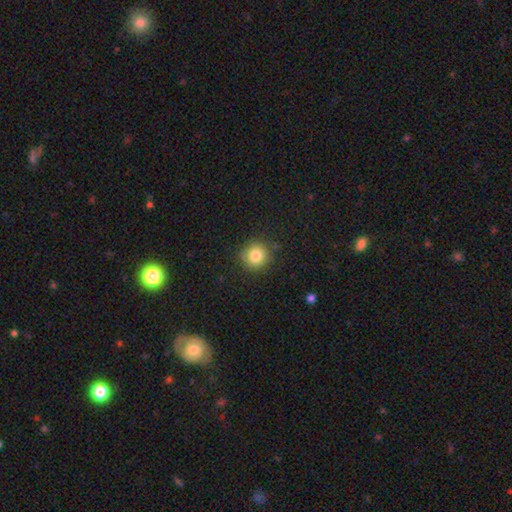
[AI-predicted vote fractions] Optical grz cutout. It shows a smooth galaxy with no disk features (82%) that is round (92%). Merging: none (85%).